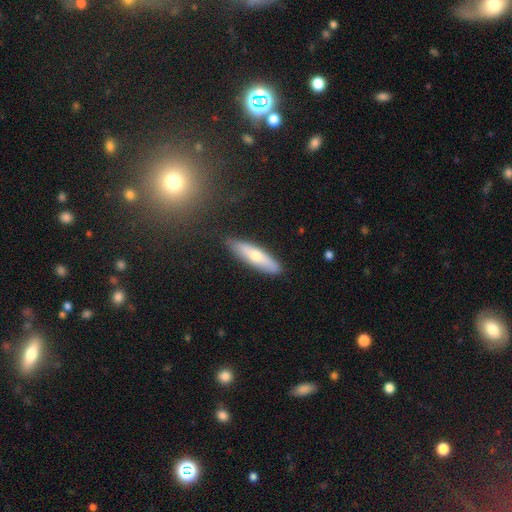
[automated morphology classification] This is possibly a smooth galaxy (50%). Merging: clearly none (88%).